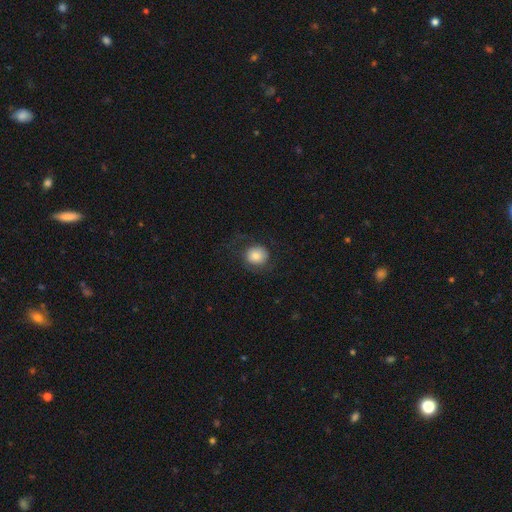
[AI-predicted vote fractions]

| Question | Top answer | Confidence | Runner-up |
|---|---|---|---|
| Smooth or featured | smooth | 76% | featured or disk (15%) |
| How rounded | round | 81% | in between (18%) |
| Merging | none | 70% | minor disturbance (16%) |